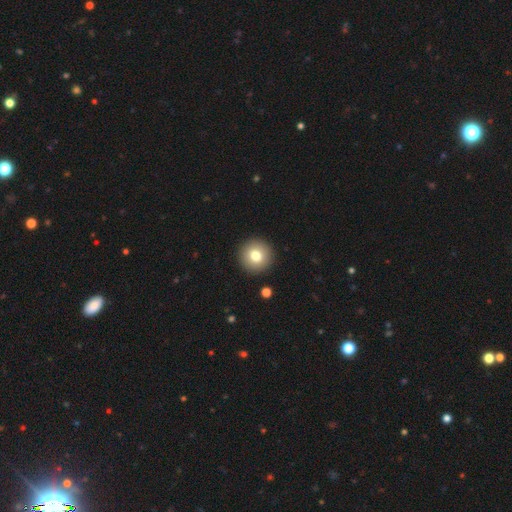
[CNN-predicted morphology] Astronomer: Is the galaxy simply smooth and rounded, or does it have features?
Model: smooth — 78%.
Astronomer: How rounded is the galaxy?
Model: round — 95%.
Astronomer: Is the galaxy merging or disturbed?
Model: none — 93%.